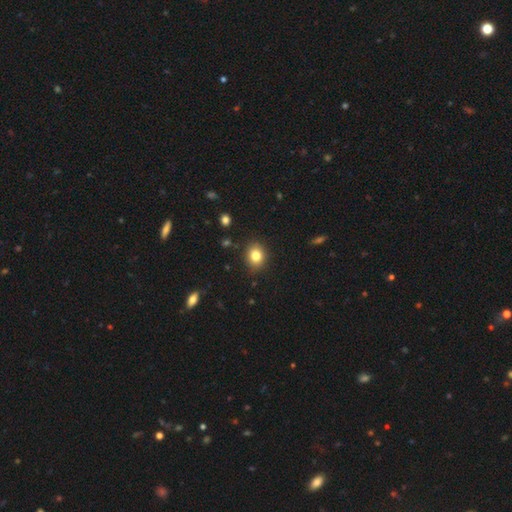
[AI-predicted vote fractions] Morphology: type=smooth (82%); roundness=round (65%); merging=none (89%).